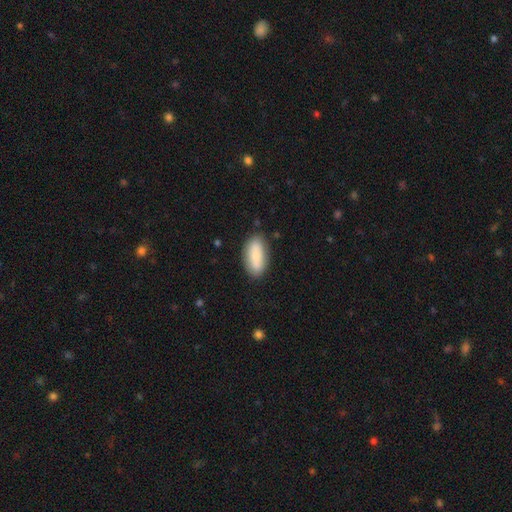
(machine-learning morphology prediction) Smooth or featured?
  - smooth: 74% *
  - featured or disk: 20%
  - star or artifact: 6%
How rounded?
  - in between: 87% *
  - cigar-shaped: 10%
  - round: 3%
Merging?
  - none: 81% *
  - minor disturbance: 14%
  - major disturbance: 3%
  - merger: 2%